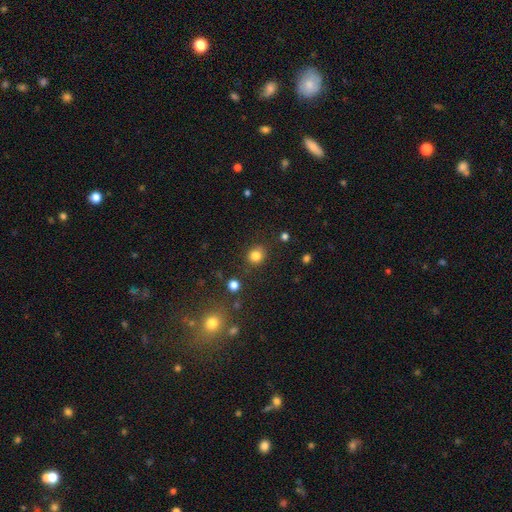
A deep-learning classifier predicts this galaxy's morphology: A smooth galaxy with no disk features (82%) that is round (83%).

Vote fractions:
- Smooth or featured? smooth: 82% / star or artifact: 13% / featured or disk: 5%
- How rounded? round: 83% / in between: 16% / cigar-shaped: 1%
- Merging? none: 83% / minor disturbance: 11% / major disturbance: 3% / merger: 3%